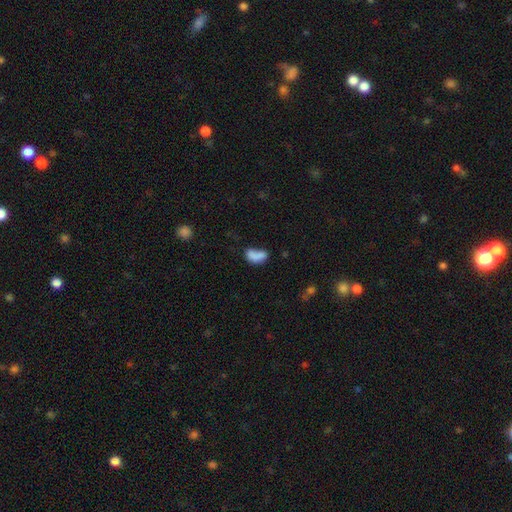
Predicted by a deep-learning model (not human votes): Morphology: type=smooth (76%); roundness=in between (88%); merging=none (33%).